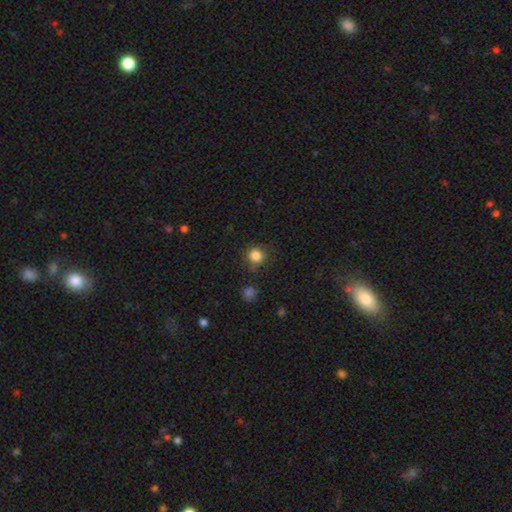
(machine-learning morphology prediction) This is clearly a smooth galaxy (84%). How rounded: clearly round (91%). Merging: clearly none (82%).